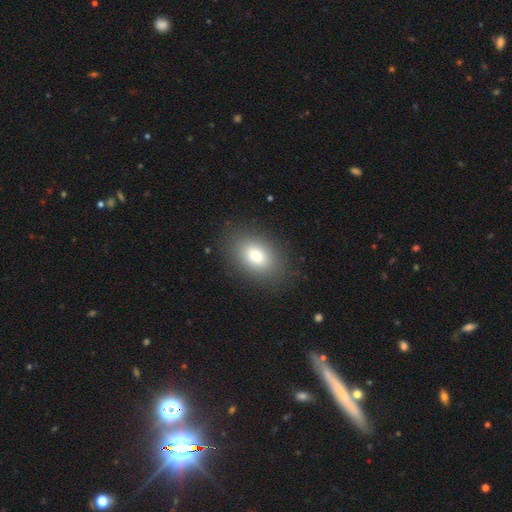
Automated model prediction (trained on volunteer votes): smooth_or_featured: smooth (p=0.79) [alt: featured or disk p=0.11]
how_rounded: in between (p=0.84) [alt: round p=0.14]
merging: none (p=0.86) [alt: minor disturbance p=0.09]